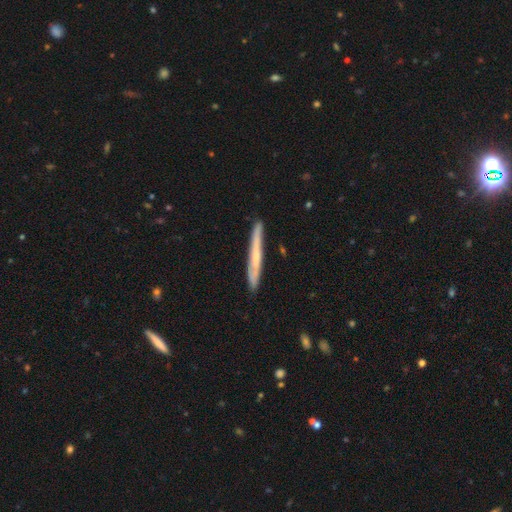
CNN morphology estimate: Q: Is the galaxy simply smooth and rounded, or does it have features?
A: featured or disk — 47%, tied with smooth.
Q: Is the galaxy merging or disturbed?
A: none — 86%.